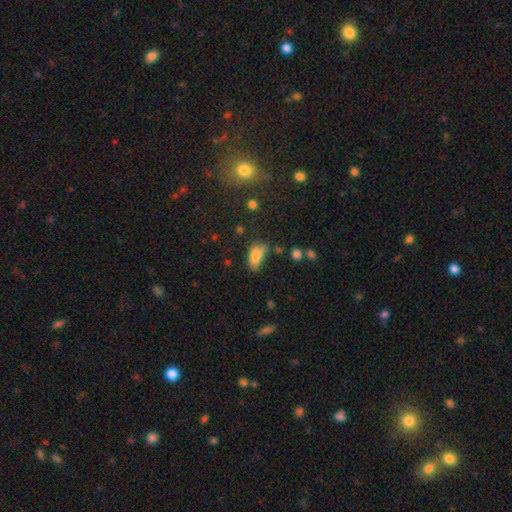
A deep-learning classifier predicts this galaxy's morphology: smooth 78%, featured or disk 12%, star or artifact 10%. Down the decision tree: how rounded — in between (88%); merging — none (43%).